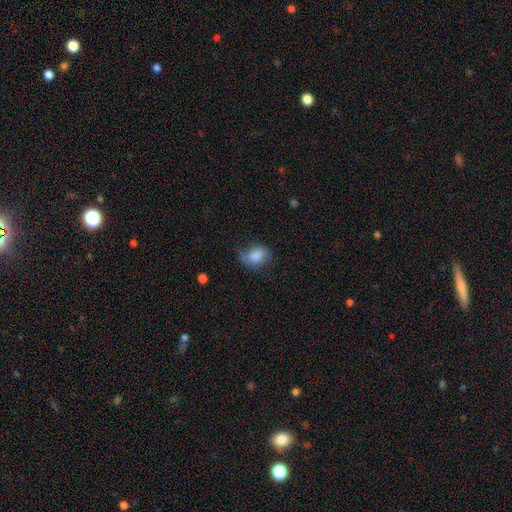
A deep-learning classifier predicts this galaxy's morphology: smooth_or_featured: smooth (p=0.82) [alt: featured or disk p=0.10]
how_rounded: in between (p=0.61) [alt: round p=0.38]
merging: none (p=0.54) [alt: minor disturbance p=0.32]